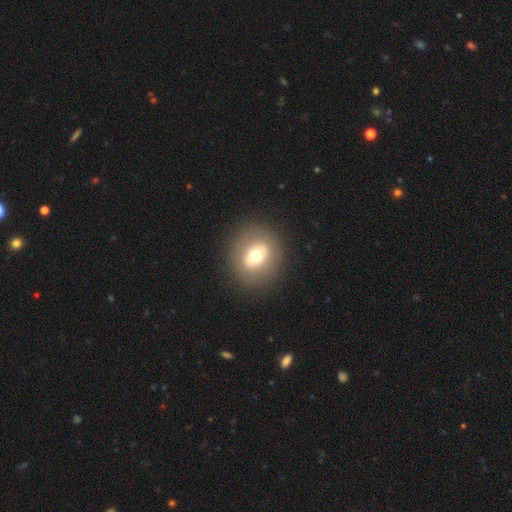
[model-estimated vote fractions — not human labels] Smooth or featured? Predicted: smooth (p=0.59). How rounded? Predicted: round (p=0.79). Merging? Predicted: none (p=0.88).